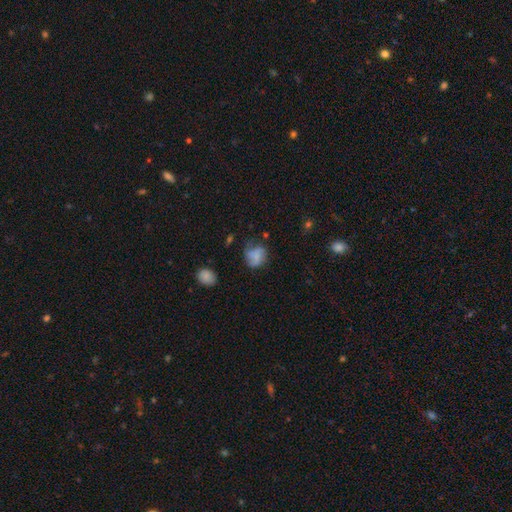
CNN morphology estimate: This appears to be a smooth galaxy with no disk features (63%) that is round (63%). Merging: none (50%).